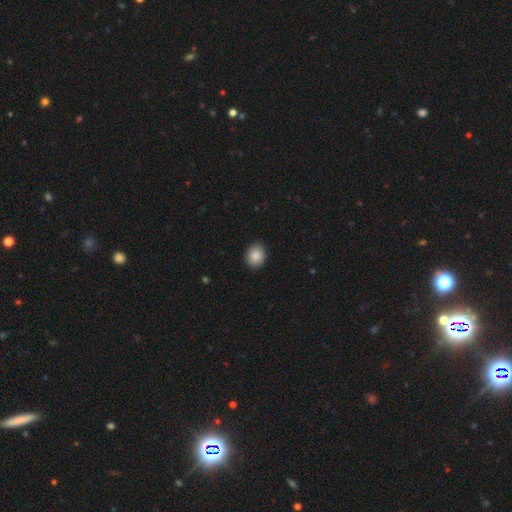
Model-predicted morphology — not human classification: A smooth galaxy with no disk features (86%) that is round (53%). Merging: none (90%).